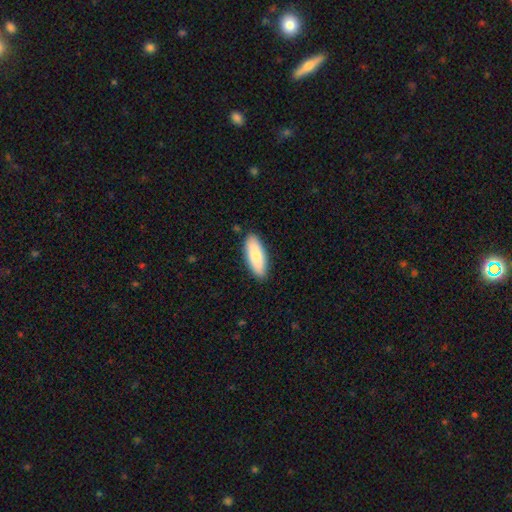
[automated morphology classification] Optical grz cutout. It shows a smooth galaxy with no disk features (80%) that is in between round and cigar-shaped (75%). Merging: none (88%).